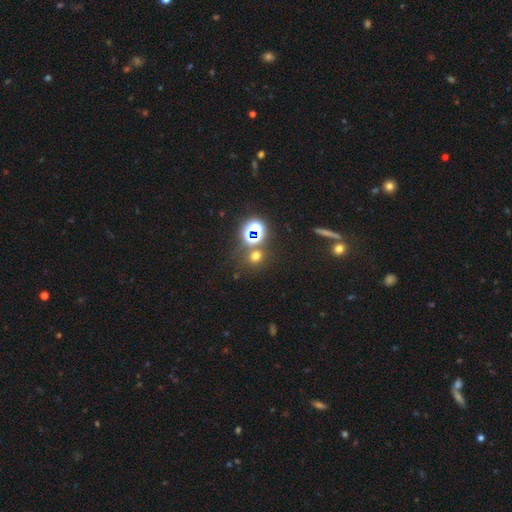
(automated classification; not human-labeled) This is possibly a smooth galaxy (56%). How rounded: clearly round (85%). Merging: likely none (74%).